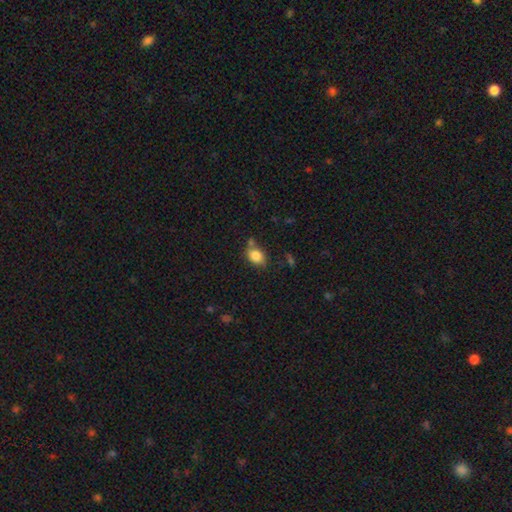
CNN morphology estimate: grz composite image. It shows a smooth galaxy with no disk features (83%) that is in between round and cigar-shaped (71%). Merging: none (60%).